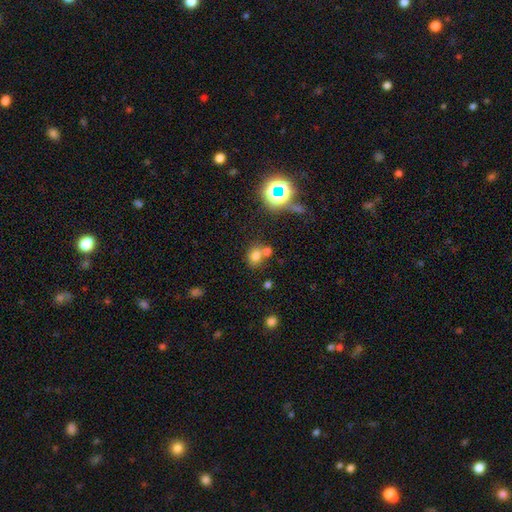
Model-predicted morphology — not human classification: Smooth or featured: smooth — 70% (star or artifact — 19%)
How rounded: round — 62% (in between — 37%)
Merging: none — 53% (merger — 33%)